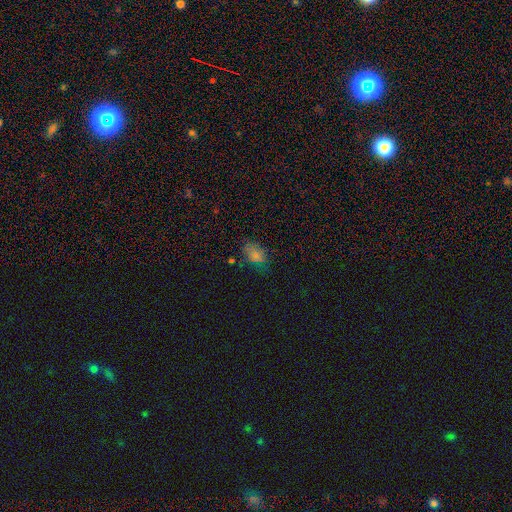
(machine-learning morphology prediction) This is likely a smooth galaxy (74%). How rounded: clearly in between (85%). Merging: possibly none (58%).